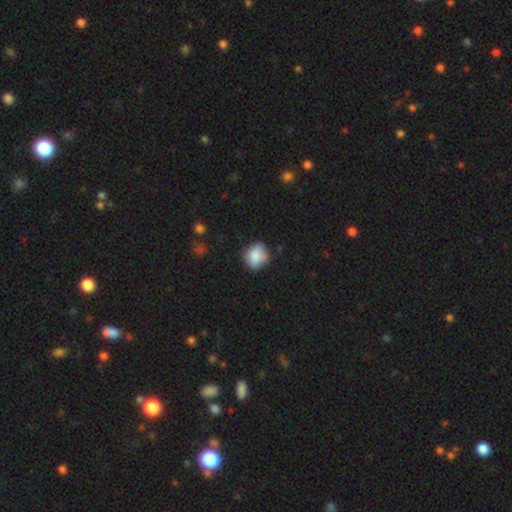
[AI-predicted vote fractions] A smooth galaxy with no disk features (83%) that is round (68%).

Vote fractions:
- Smooth or featured? smooth: 83% / featured or disk: 9% / star or artifact: 8%
- How rounded? round: 68% / in between: 31% / cigar-shaped: 1%
- Merging? none: 70% / minor disturbance: 23% / major disturbance: 4% / merger: 3%